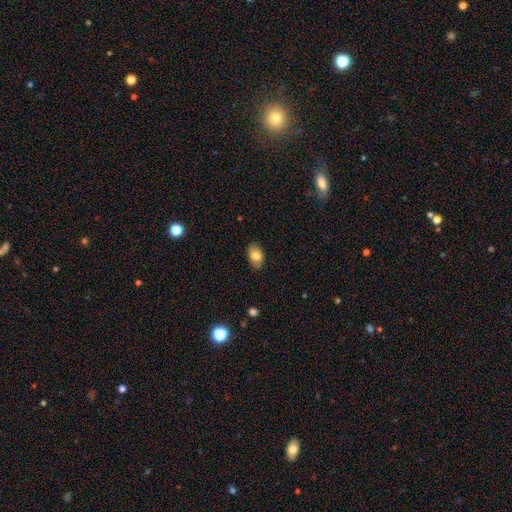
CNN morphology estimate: smooth_or_featured: smooth (p=0.80) [alt: featured or disk p=0.13]
how_rounded: in between (p=0.90) [alt: round p=0.09]
merging: none (p=0.86) [alt: minor disturbance p=0.11]